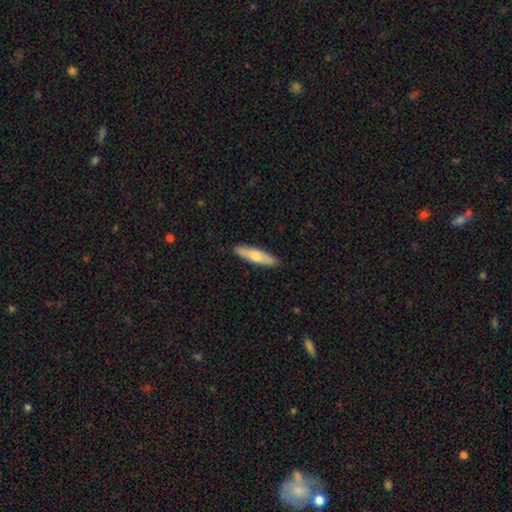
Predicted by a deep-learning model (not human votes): Morphology: type=smooth (62%); roundness=cigar-shaped (72%); merging=none (90%).